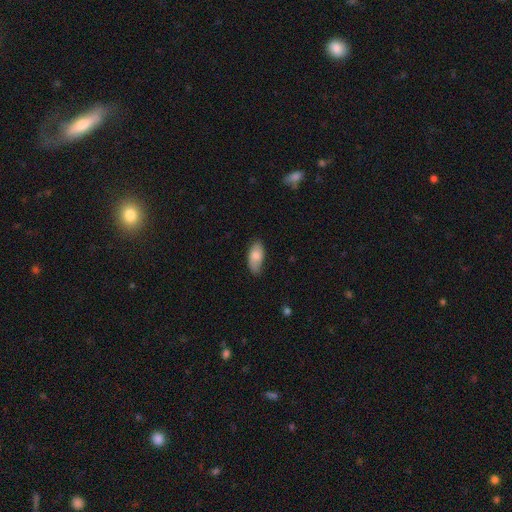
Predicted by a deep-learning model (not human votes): Smooth or featured: smooth — 78% (featured or disk — 16%)
How rounded: in between — 91% (cigar-shaped — 7%)
Merging: none — 72% (minor disturbance — 23%)